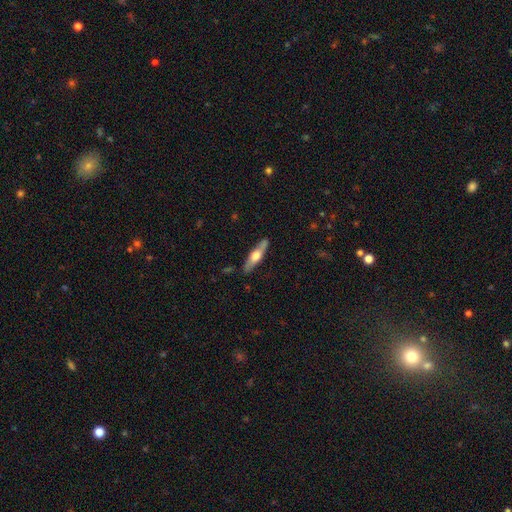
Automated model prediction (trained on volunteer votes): Smooth or featured?
  - featured or disk: 56% *
  - smooth: 40%
  - star or artifact: 5%
Edge-on disk?
  - yes: 90% *
  - no: 10%
Merging?
  - none: 84% *
  - minor disturbance: 12%
  - major disturbance: 2%
  - merger: 2%